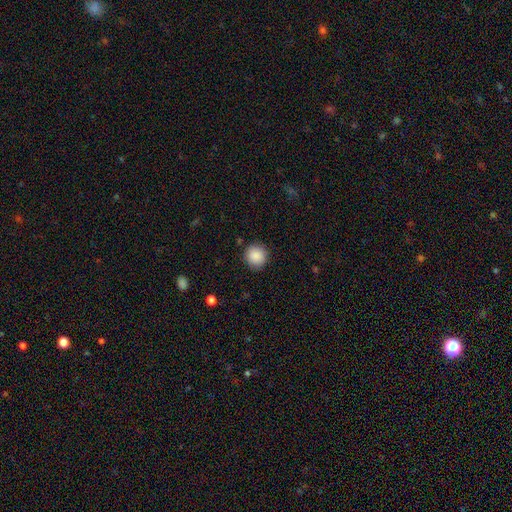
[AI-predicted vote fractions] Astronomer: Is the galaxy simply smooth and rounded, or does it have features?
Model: smooth — 89%.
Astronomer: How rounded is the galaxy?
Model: round — 93%.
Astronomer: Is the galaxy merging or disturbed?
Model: none — 89%.